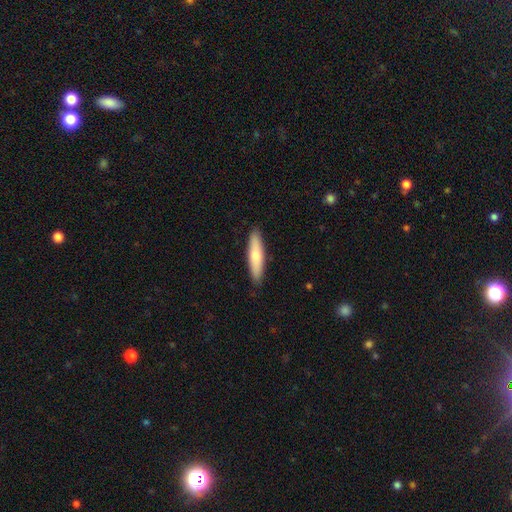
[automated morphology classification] The model was most divided on "smooth or featured": smooth: 68%, featured or disk: 26%, star or artifact: 5%. More confident: merging — none (89%); how rounded — cigar-shaped (81%).